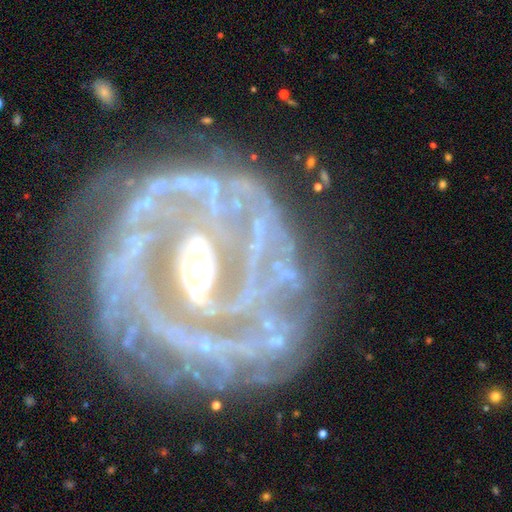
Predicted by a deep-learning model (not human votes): Smooth or featured? Predicted: featured or disk (p=0.90). Edge-on disk? Predicted: no (p=0.97). Bar? Predicted: strong (p=0.43). Spiral arms? Predicted: yes (p=0.91). Spiral winding? Predicted: tight (p=0.65). Spiral arm count? Predicted: 2 (p=0.30). Bulge size? Predicted: moderate (p=0.63). Merging? Predicted: none (p=0.68).